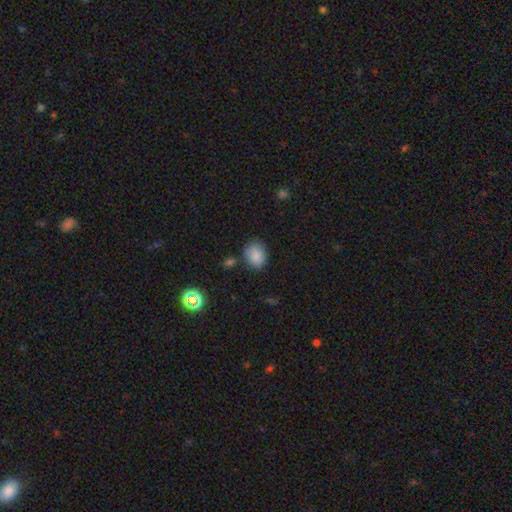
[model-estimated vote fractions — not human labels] Smooth or featured: smooth — 84% (star or artifact — 9%)
How rounded: in between — 54% (round — 45%)
Merging: none — 73% (minor disturbance — 18%)